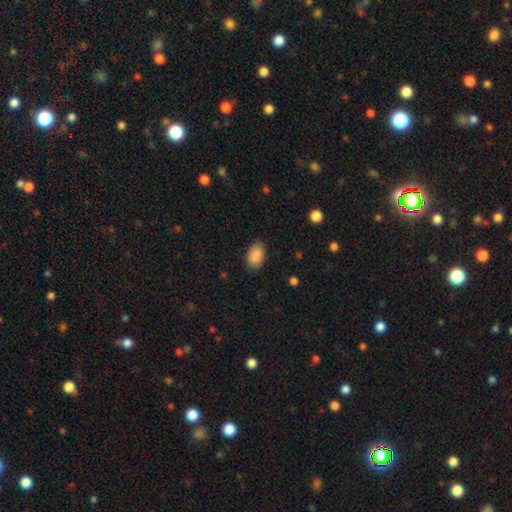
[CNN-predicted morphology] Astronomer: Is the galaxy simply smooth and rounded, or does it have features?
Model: smooth — 89%.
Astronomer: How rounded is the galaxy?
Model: in between — 92%.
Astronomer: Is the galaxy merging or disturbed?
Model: none — 84%.